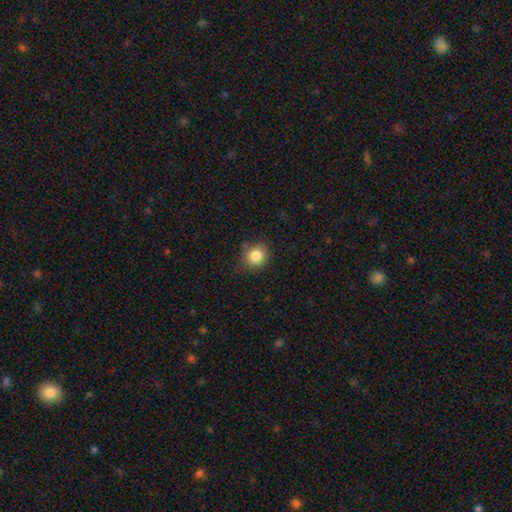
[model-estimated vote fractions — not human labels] Q: Smooth or featured?
A: smooth (84%); runner-up: star or artifact (10%)
Q: How rounded?
A: round (78%); runner-up: in between (21%)
Q: Merging?
A: none (81%); runner-up: minor disturbance (14%)